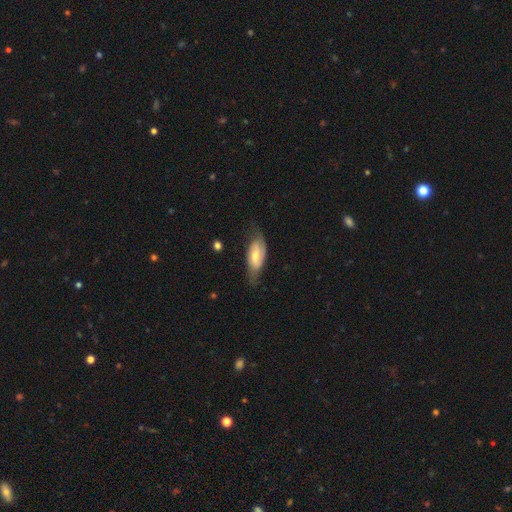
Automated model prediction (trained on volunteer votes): featured or disk 54%, smooth 40%, star or artifact 6%. Down the decision tree: edge-on disk — no (87%); merging — none (62%).